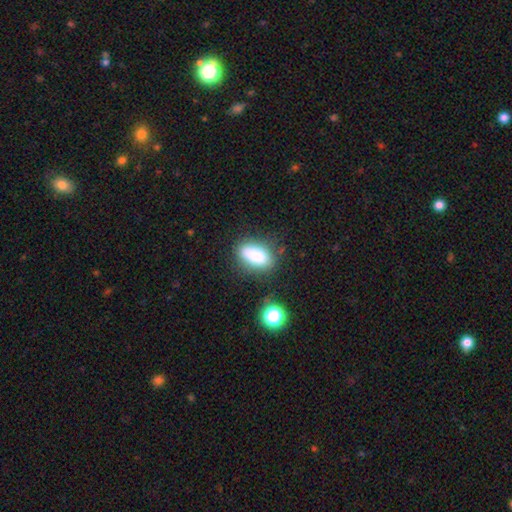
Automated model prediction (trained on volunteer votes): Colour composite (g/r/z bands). It shows a smooth galaxy with no disk features (82%) that is in between round and cigar-shaped (86%). Merging: none (74%).